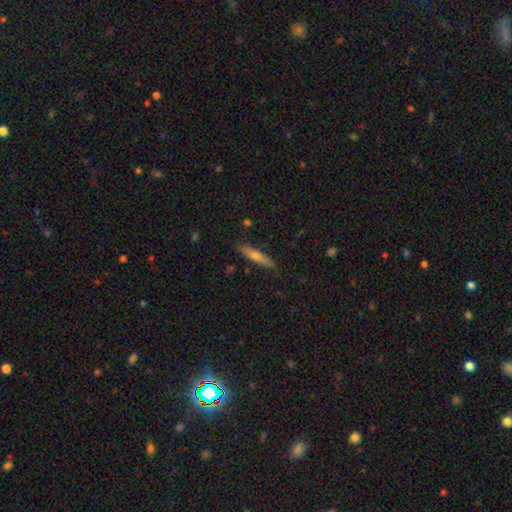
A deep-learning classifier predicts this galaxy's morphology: smooth-or-featured: featured or disk: 48% | smooth: 46% | star or artifact: 7%
  merging: none: 85% | minor disturbance: 12% | major disturbance: 2% | merger: 2%